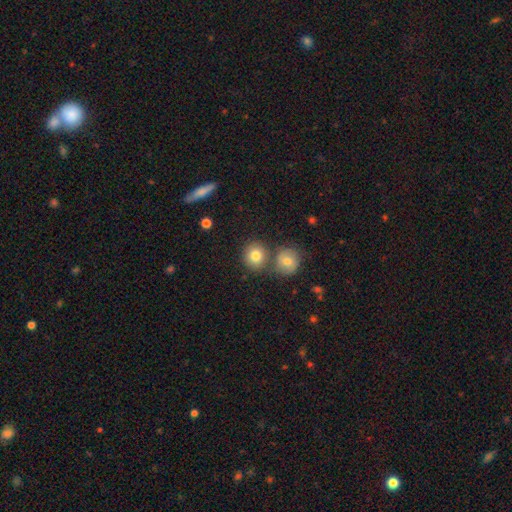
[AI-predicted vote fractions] A smooth galaxy with no disk features (82%) that is round (85%). Merging: none (66%).